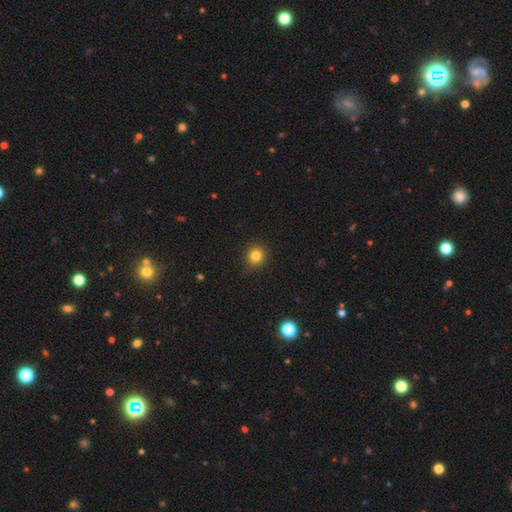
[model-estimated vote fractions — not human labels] smooth 83%, star or artifact 12%, featured or disk 5%. Down the decision tree: how rounded — round (88%); merging — none (83%).